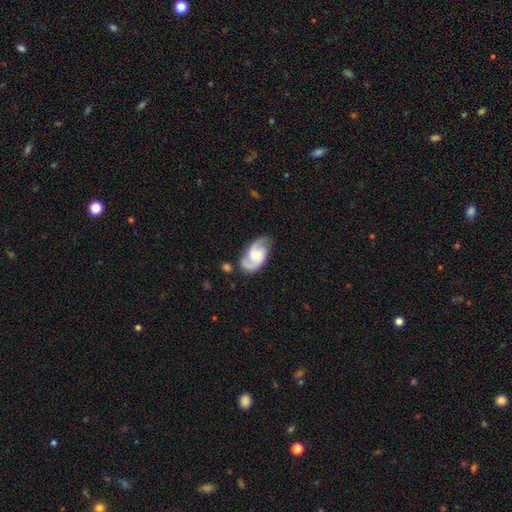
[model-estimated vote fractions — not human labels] Morphology: type=featured or disk (86%); edge-on=no (97%); bar=no (49%); spiral arms=yes (97%); winding=medium (54%); arm count=2 (89%); bulge=moderate (40%); merging=none (74%).